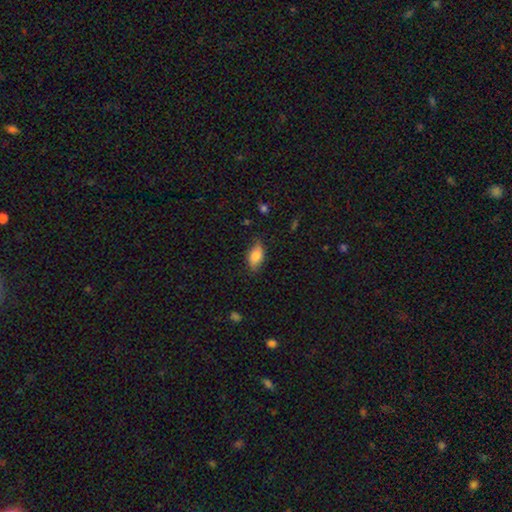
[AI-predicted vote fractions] Smooth or featured? Predicted: smooth (p=0.79). How rounded? Predicted: in between (p=0.88). Merging? Predicted: none (p=0.73).